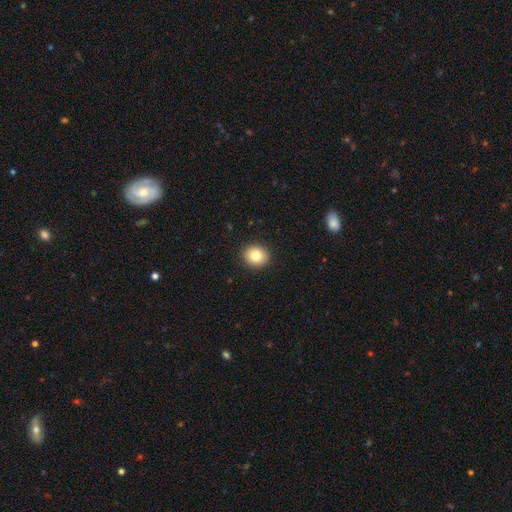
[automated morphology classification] This appears to be a smooth galaxy with no disk features (81%) that is round (79%). Merging: none (92%).